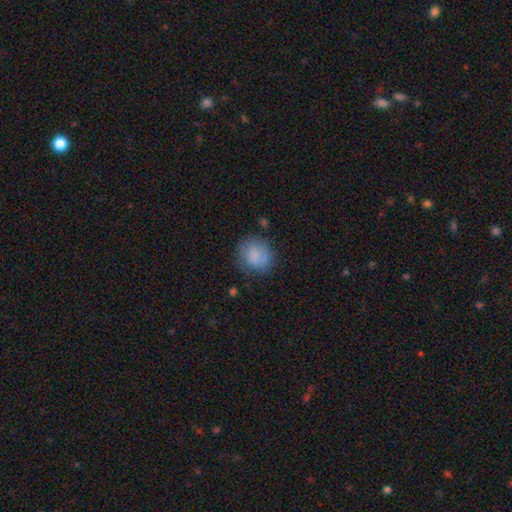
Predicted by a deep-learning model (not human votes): Q: Smooth or featured?
A: smooth (80%); runner-up: featured or disk (12%)
Q: How rounded?
A: round (73%); runner-up: in between (26%)
Q: Merging?
A: none (67%); runner-up: minor disturbance (21%)